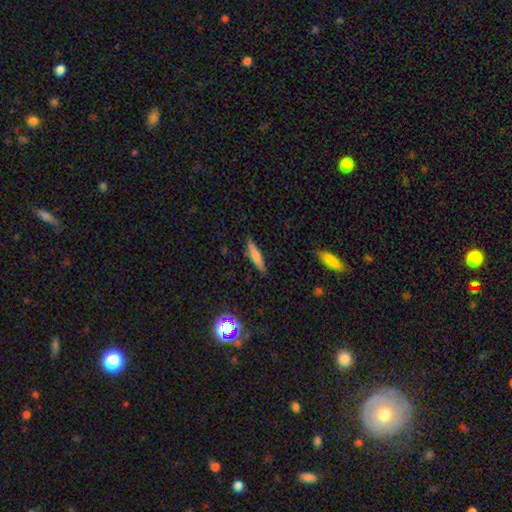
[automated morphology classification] Smooth or featured?
  - smooth: 65% *
  - featured or disk: 27%
  - star or artifact: 8%
How rounded?
  - cigar-shaped: 85% *
  - in between: 13%
  - round: 2%
Merging?
  - none: 88% *
  - minor disturbance: 9%
  - major disturbance: 2%
  - merger: 1%